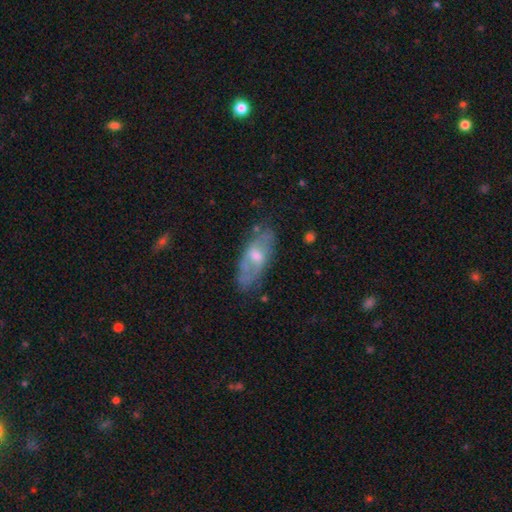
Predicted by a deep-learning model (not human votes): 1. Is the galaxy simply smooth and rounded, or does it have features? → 55% featured or disk, 38% smooth, 8% star or artifact.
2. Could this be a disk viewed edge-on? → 78% no, 22% yes.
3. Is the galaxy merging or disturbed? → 67% none, 23% minor disturbance, 8% major disturbance, 3% merger.